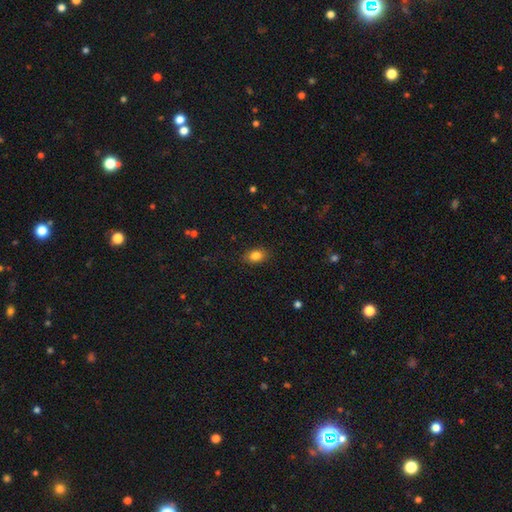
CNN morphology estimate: This appears to be a smooth galaxy with no disk features (84%) that is in between round and cigar-shaped (77%). Merging: none (85%).